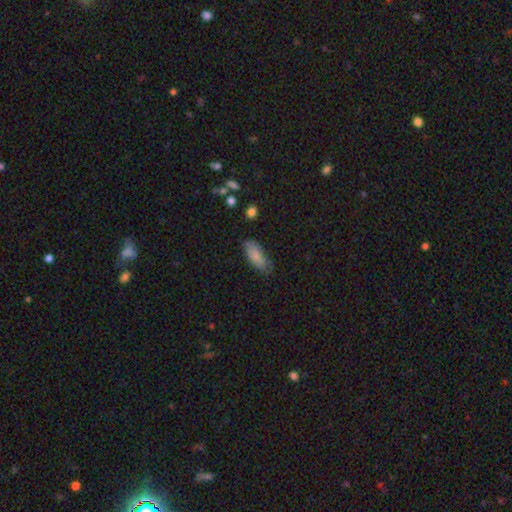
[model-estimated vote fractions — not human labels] This appears to be a smooth galaxy with no disk features (84%) that is in between round and cigar-shaped (80%). Merging: none (66%).